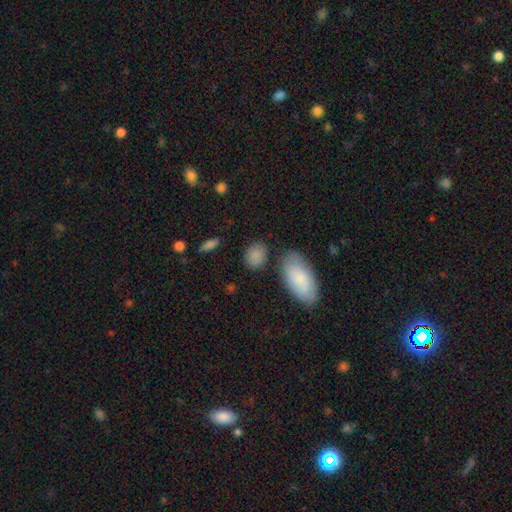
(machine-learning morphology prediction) The model was most divided on "how rounded": in between: 61%, round: 37%, cigar-shaped: 2%. More confident: smooth or featured — smooth (86%); merging — none (76%).